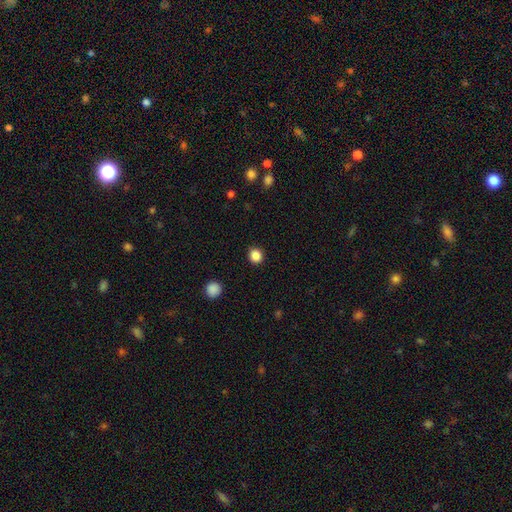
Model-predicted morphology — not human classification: smooth_or_featured: smooth (p=0.86) [alt: star or artifact p=0.11]
how_rounded: round (p=0.88) [alt: in between p=0.11]
merging: none (p=0.91) [alt: minor disturbance p=0.05]